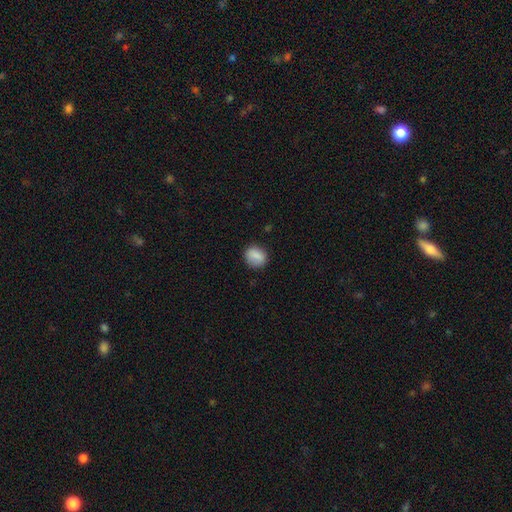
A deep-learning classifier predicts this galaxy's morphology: Smooth or featured?
  - smooth: 85% *
  - star or artifact: 8%
  - featured or disk: 7%
How rounded?
  - round: 61% *
  - in between: 37%
  - cigar-shaped: 2%
Merging?
  - none: 82% *
  - minor disturbance: 13%
  - major disturbance: 3%
  - merger: 1%